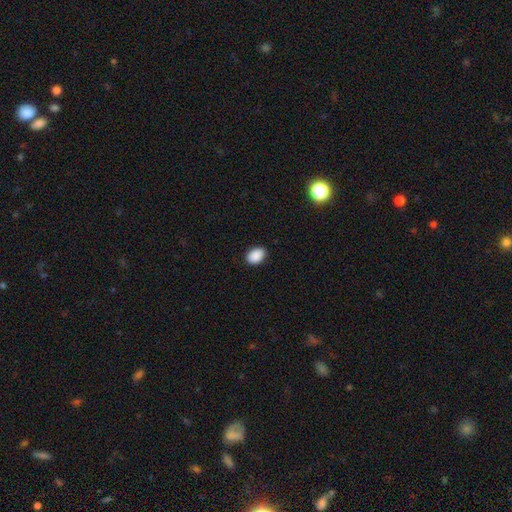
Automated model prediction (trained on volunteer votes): This appears to be a smooth galaxy with no disk features (90%) that is in between round and cigar-shaped (83%). Merging: none (88%).